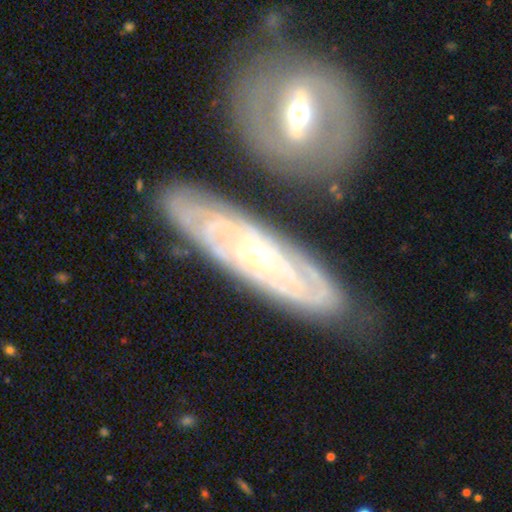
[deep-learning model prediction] Q: Smooth or featured?
A: featured or disk (84%); runner-up: smooth (10%)
Q: Edge-on disk?
A: no (81%); runner-up: yes (19%)
Q: Bar?
A: no (65%); runner-up: weak (24%)
Q: Spiral arms?
A: yes (88%); runner-up: no (12%)
Q: Spiral winding?
A: tight (79%); runner-up: medium (17%)
Q: Spiral arm count?
A: can't tell (53%); runner-up: 2 (20%)
Q: Bulge size?
A: small (51%); runner-up: moderate (45%)
Q: Merging?
A: none (73%); runner-up: minor disturbance (14%)